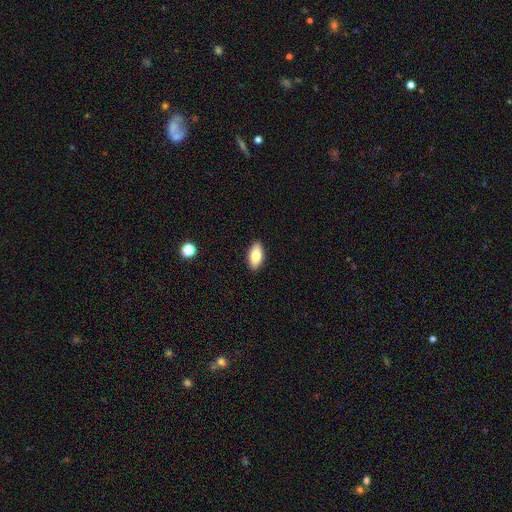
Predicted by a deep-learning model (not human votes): Smooth or featured?
  - smooth: 80% *
  - featured or disk: 13%
  - star or artifact: 7%
How rounded?
  - in between: 91% *
  - cigar-shaped: 6%
  - round: 3%
Merging?
  - none: 90% *
  - minor disturbance: 7%
  - major disturbance: 2%
  - merger: 1%